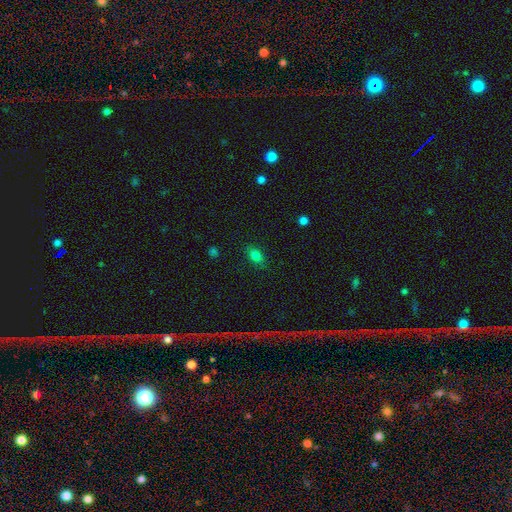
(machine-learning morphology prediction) A smooth galaxy with no disk features (79%) that is in between round and cigar-shaped (73%). Merging: none (83%).